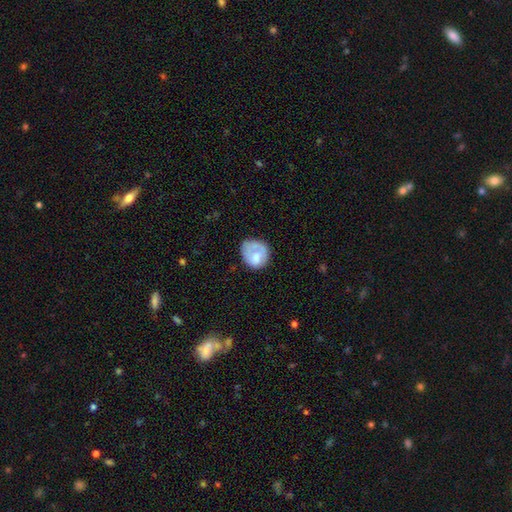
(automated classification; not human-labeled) Smooth or featured: smooth — 65% (featured or disk — 28%)
How rounded: round — 68% (in between — 31%)
Merging: none — 48% (minor disturbance — 28%)